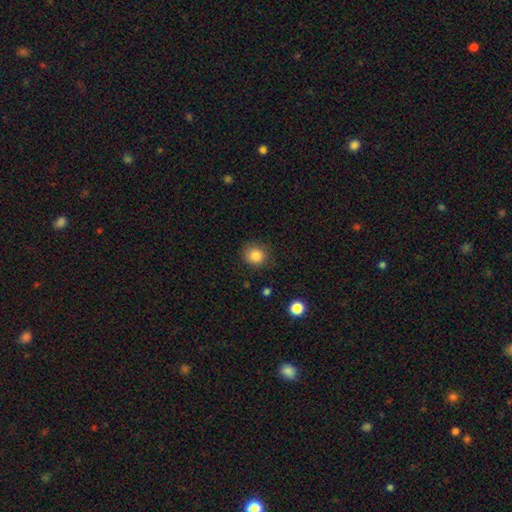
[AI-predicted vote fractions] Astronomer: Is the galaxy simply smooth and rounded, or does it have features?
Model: smooth — 85%.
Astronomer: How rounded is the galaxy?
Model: round — 83%.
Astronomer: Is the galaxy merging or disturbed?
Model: none — 84%.